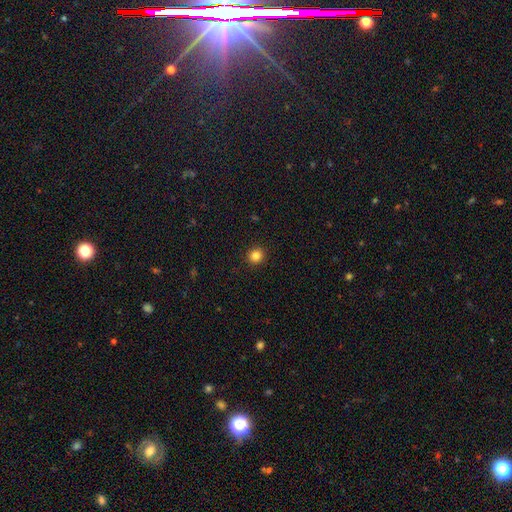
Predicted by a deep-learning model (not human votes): Smooth or featured? smooth (84%)
How rounded? round (91%)
Merging? none (92%)